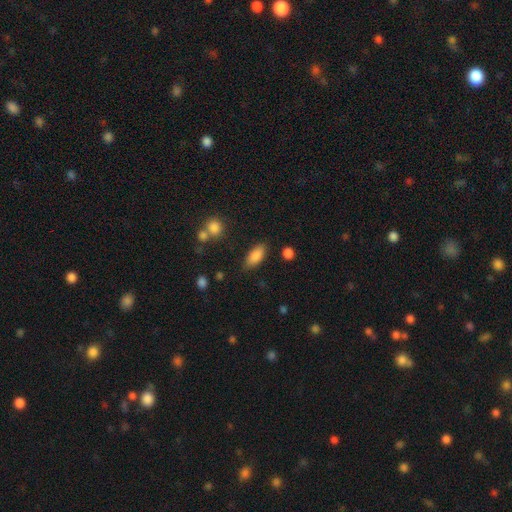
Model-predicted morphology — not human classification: Smooth or featured?
  - smooth: 87% *
  - star or artifact: 7%
  - featured or disk: 6%
How rounded?
  - in between: 86% *
  - cigar-shaped: 11%
  - round: 3%
Merging?
  - none: 81% *
  - minor disturbance: 13%
  - major disturbance: 4%
  - merger: 3%